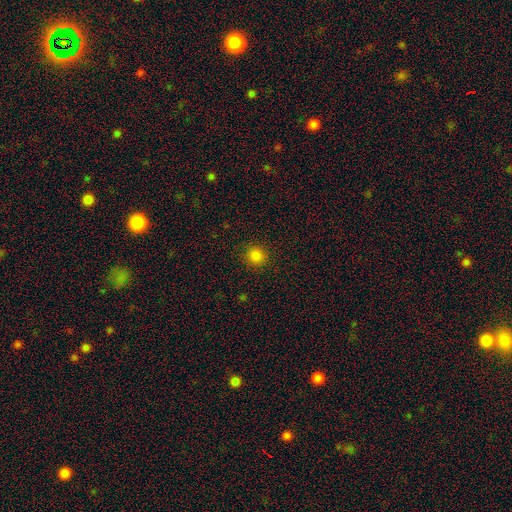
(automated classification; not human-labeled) A smooth galaxy with no disk features (84%) that is round (90%). Merging: none (90%).